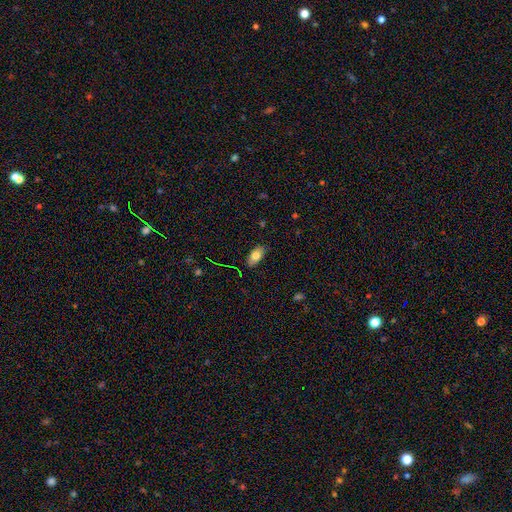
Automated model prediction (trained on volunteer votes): smooth-or-featured: smooth: 76% | featured or disk: 16% | star or artifact: 8%
  how-rounded: in between: 90% | cigar-shaped: 6% | round: 4%
  merging: none: 84% | minor disturbance: 13% | major disturbance: 2% | merger: 1%